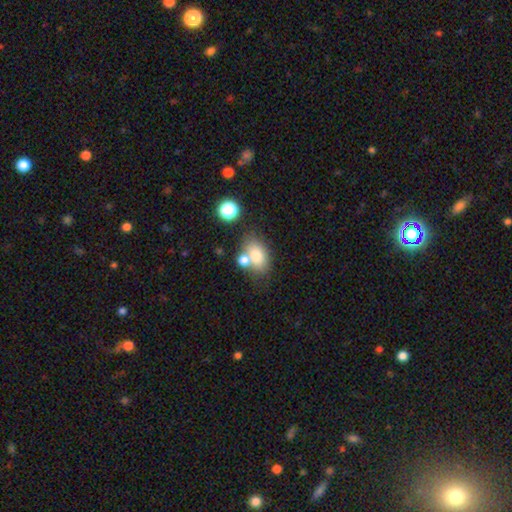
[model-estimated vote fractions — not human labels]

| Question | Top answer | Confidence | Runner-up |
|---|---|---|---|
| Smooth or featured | smooth | 76% | featured or disk (13%) |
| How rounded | in between | 80% | round (18%) |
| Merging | none | 57% | merger (25%) |